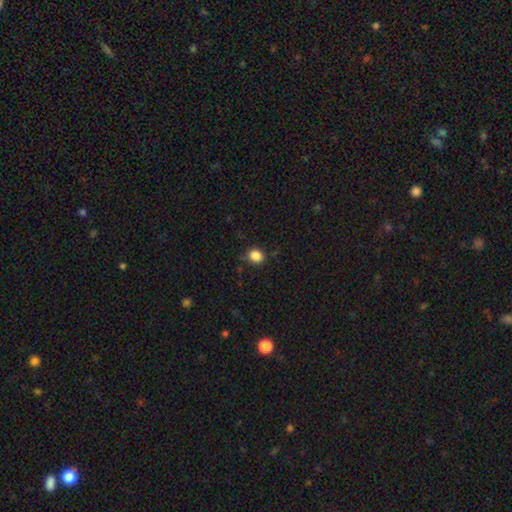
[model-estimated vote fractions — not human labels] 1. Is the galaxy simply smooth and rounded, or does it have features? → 85% smooth, 11% star or artifact, 4% featured or disk.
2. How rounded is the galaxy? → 68% round, 31% in between, 1% cigar-shaped.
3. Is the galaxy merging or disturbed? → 84% none, 11% minor disturbance, 3% major disturbance, 2% merger.